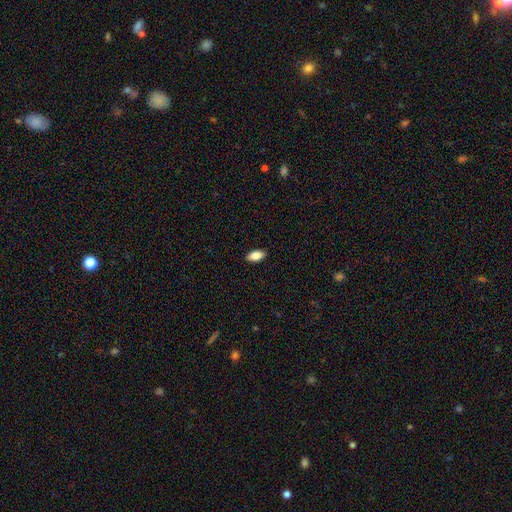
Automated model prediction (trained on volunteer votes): This is clearly a smooth galaxy (85%). How rounded: clearly in between (91%). Merging: clearly none (90%).